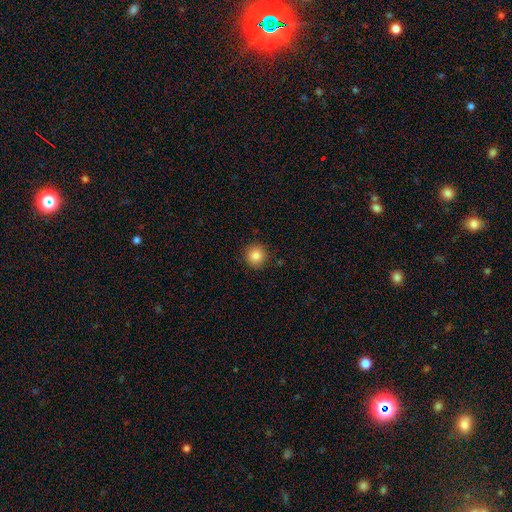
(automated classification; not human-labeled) Smooth or featured? Predicted: smooth (p=0.85). How rounded? Predicted: round (p=0.94). Merging? Predicted: none (p=0.90).